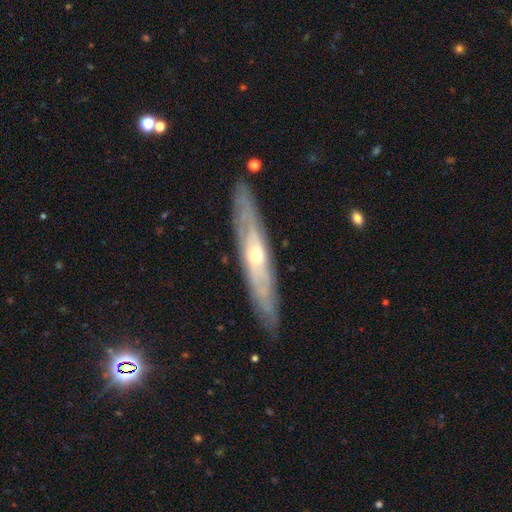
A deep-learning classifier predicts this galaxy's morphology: Smooth or featured: featured or disk — 76% (smooth — 18%)
Edge-on disk: yes — 63% (no — 37%)
Merging: none — 86% (minor disturbance — 11%)